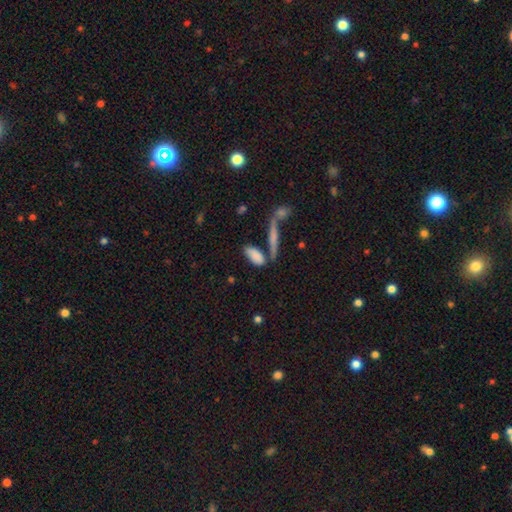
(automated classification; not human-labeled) smooth_or_featured: smooth (p=0.82) [alt: featured or disk p=0.11]
how_rounded: in between (p=0.77) [alt: cigar-shaped p=0.20]
merging: none (p=0.58) [alt: merger p=0.22]